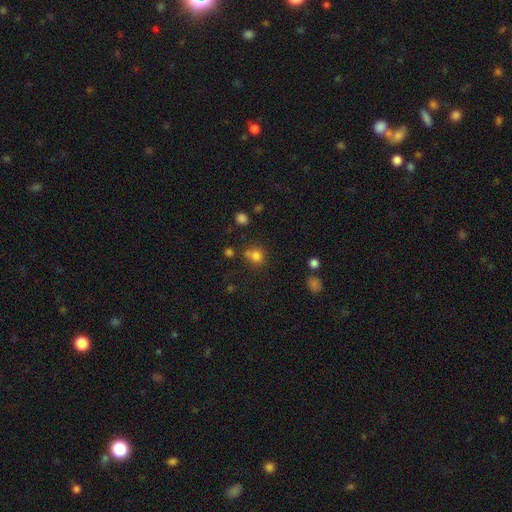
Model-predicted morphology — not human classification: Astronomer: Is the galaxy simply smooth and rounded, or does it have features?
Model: smooth — 78%.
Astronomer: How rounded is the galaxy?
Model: round — 81%.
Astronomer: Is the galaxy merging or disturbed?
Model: none — 59%.